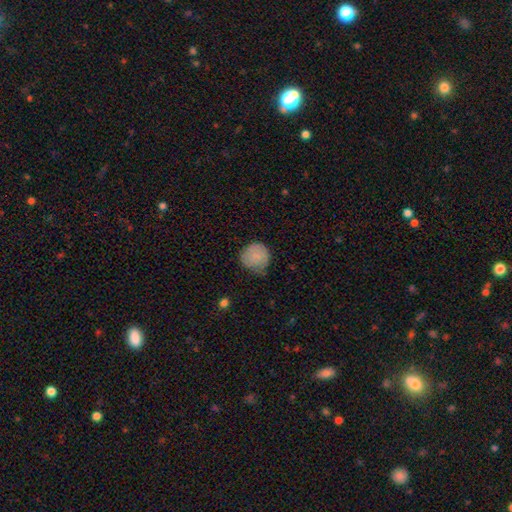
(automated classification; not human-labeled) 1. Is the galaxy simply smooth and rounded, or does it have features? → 84% smooth, 8% featured or disk, 7% star or artifact.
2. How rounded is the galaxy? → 89% round, 10% in between, 1% cigar-shaped.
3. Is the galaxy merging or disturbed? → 57% none, 34% minor disturbance, 7% major disturbance, 2% merger.